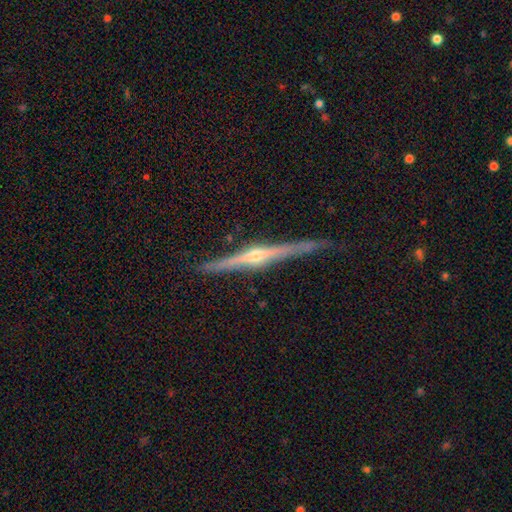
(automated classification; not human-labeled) Overall: featured or disk (86%). Edge-on disk: yes (98%). Edge-on bulge: rounded (85%). Merging: none (85%).